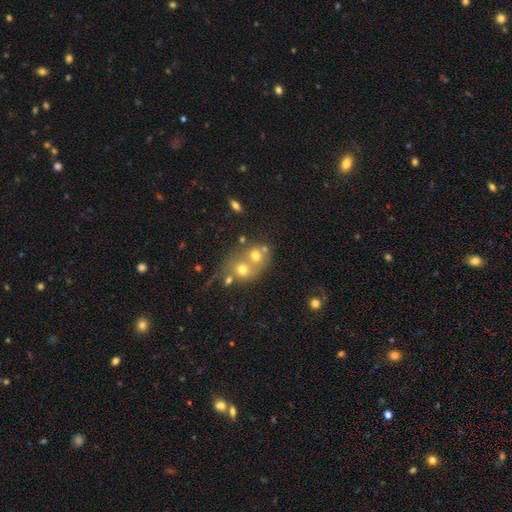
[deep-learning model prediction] This is likely a smooth galaxy (62%). How rounded: likely round (72%). Merging: possibly merger (58%).